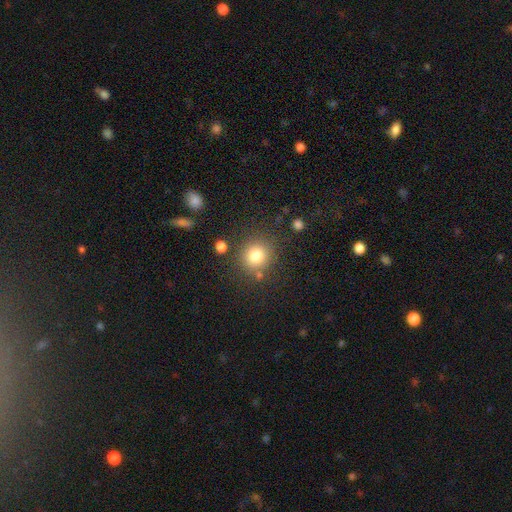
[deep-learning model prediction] smooth 80%, star or artifact 12%, featured or disk 8%. Down the decision tree: how rounded — round (89%); merging — none (81%).